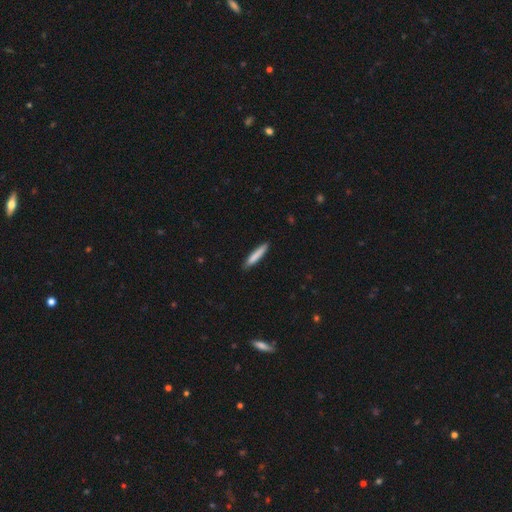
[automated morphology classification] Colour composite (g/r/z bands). It shows a smooth galaxy with no disk features (83%) that is cigar-shaped (92%). Merging: none (88%).